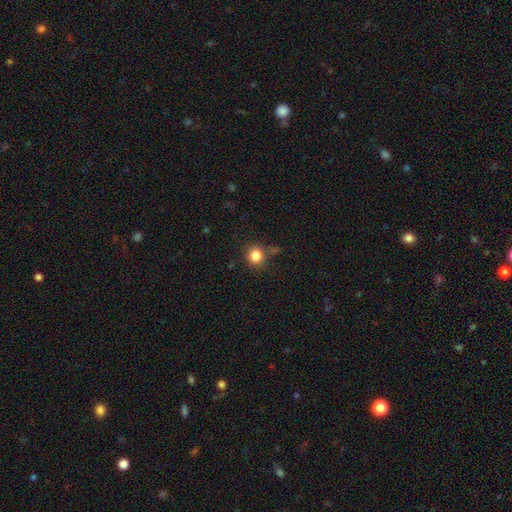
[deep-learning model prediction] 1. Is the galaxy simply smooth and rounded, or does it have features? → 83% smooth, 12% star or artifact, 5% featured or disk.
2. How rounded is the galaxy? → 87% round, 12% in between, 1% cigar-shaped.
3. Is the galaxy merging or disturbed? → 79% none, 12% minor disturbance, 6% merger, 4% major disturbance.